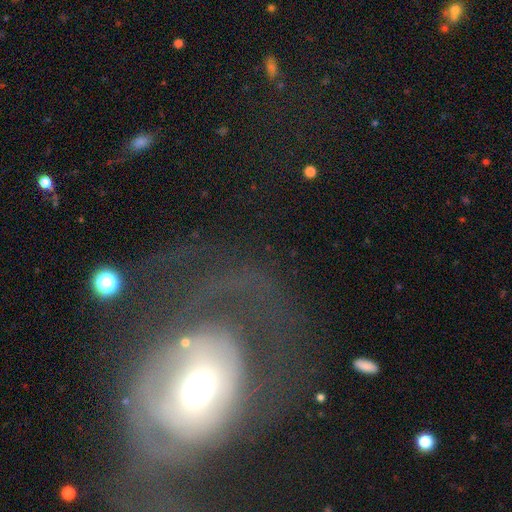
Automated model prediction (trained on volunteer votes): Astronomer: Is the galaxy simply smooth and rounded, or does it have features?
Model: featured or disk — 64%.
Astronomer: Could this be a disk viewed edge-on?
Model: no — 95%.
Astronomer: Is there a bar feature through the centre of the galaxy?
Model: no — 70%.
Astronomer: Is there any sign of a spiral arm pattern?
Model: yes — 54% (runner-up: no, 46%).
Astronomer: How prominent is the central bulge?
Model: moderate — 62%.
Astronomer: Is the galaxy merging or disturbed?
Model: major disturbance — 42% (runner-up: none, 38%).